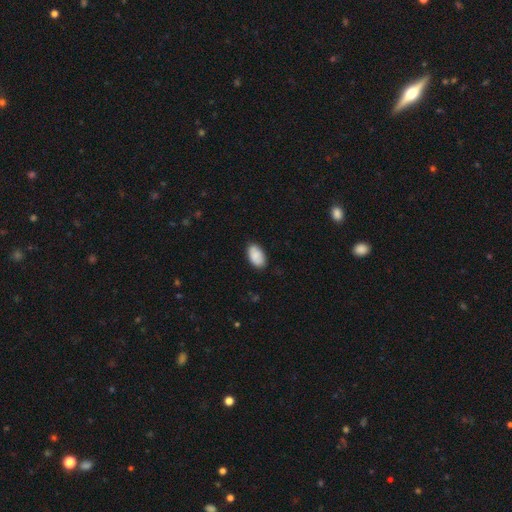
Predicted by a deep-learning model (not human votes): smooth 87%, star or artifact 6%, featured or disk 6%. Down the decision tree: how rounded — in between (94%); merging — none (81%).